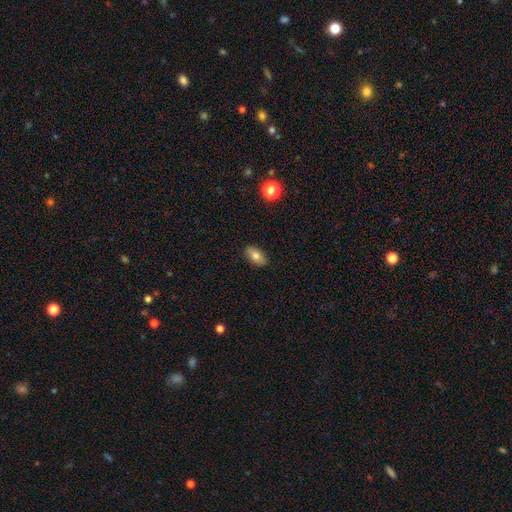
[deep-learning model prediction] The model was most divided on "smooth or featured": smooth: 78%, featured or disk: 14%, star or artifact: 8%. More confident: how rounded — in between (91%); merging — none (87%).